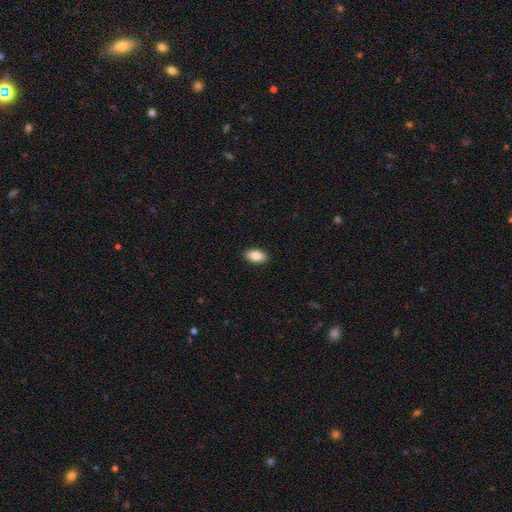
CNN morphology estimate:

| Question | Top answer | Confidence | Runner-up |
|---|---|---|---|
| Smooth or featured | smooth | 86% | featured or disk (8%) |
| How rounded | in between | 93% | round (4%) |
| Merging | none | 91% | minor disturbance (6%) |